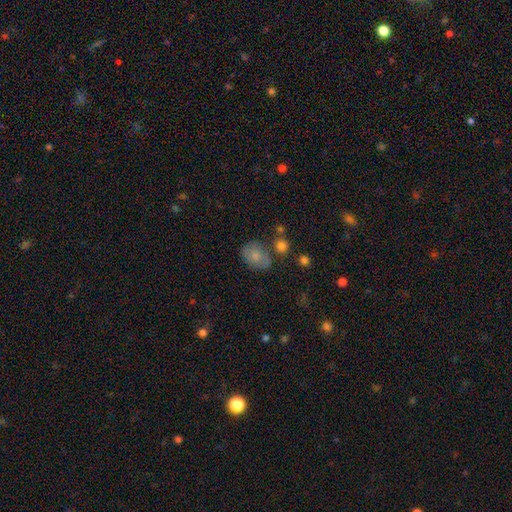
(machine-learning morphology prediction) smooth 76%, featured or disk 14%, star or artifact 9%. Down the decision tree: how rounded — in between (71%); merging — none (58%).